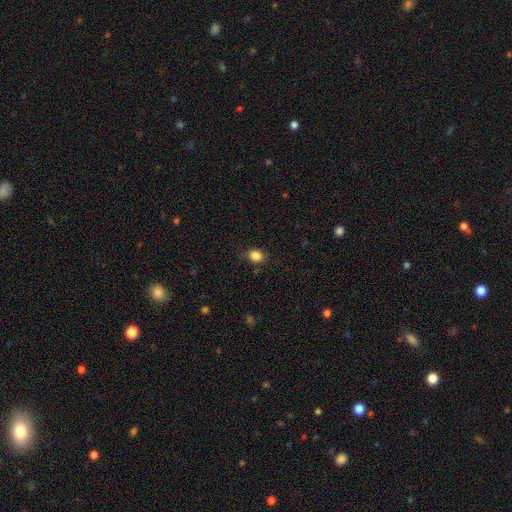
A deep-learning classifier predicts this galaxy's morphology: A smooth galaxy with no disk features (85%) that is round (70%).

Vote fractions:
- Smooth or featured? smooth: 85% / star or artifact: 11% / featured or disk: 4%
- How rounded? round: 70% / in between: 29% / cigar-shaped: 1%
- Merging? none: 81% / minor disturbance: 14% / major disturbance: 4% / merger: 2%